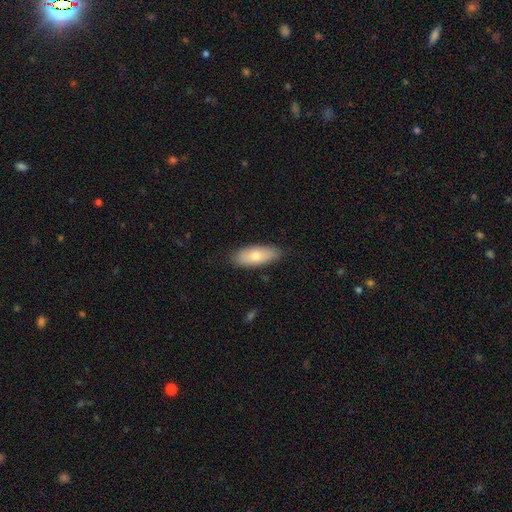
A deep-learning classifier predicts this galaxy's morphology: Smooth or featured: smooth — 71% (featured or disk — 22%)
How rounded: in between — 77% (cigar-shaped — 20%)
Merging: none — 84% (minor disturbance — 13%)